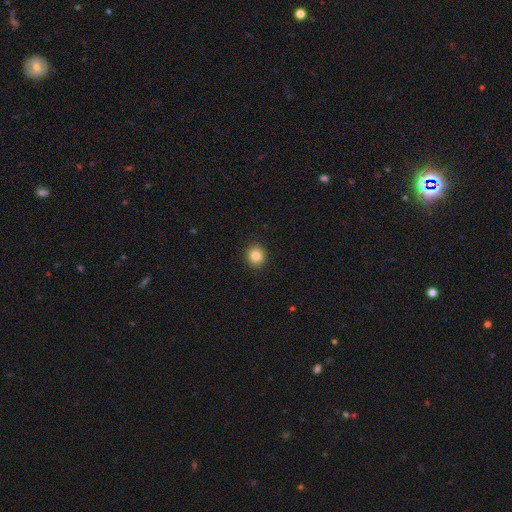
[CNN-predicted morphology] This is clearly a smooth galaxy (84%). How rounded: clearly round (85%). Merging: clearly none (92%).